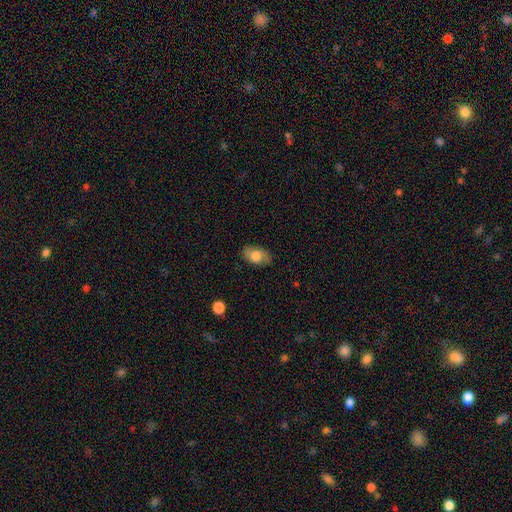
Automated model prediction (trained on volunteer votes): A smooth galaxy with no disk features (72%) that is in between round and cigar-shaped (89%). Merging: none (81%).